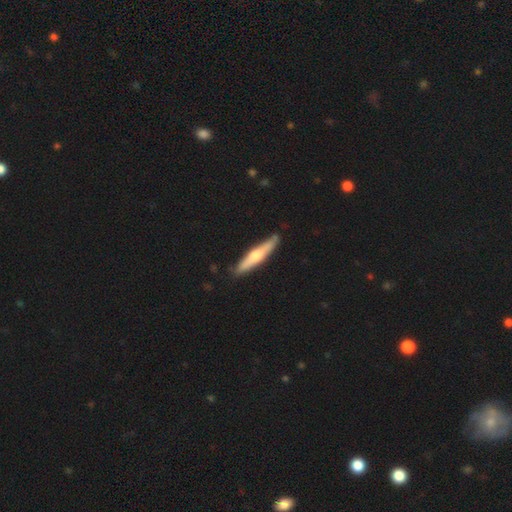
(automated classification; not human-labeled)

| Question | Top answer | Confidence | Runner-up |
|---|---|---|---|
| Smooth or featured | featured or disk | 52% | smooth (43%) |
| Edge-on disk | yes | 94% | no (6%) |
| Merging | none | 85% | minor disturbance (11%) |